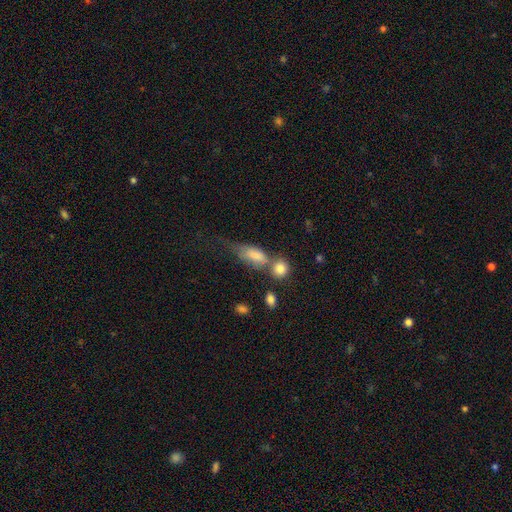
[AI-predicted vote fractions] A smooth galaxy with no disk features (68%) that is in between round and cigar-shaped (69%). Merging: merger (39%).